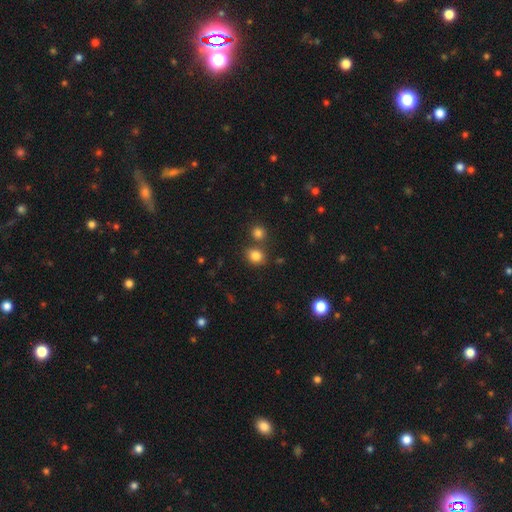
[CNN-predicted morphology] A smooth galaxy with no disk features (82%) that is round (68%).

Vote fractions:
- Smooth or featured? smooth: 82% / star or artifact: 13% / featured or disk: 6%
- How rounded? round: 68% / in between: 31% / cigar-shaped: 1%
- Merging? none: 69% / merger: 18% / minor disturbance: 10% / major disturbance: 3%